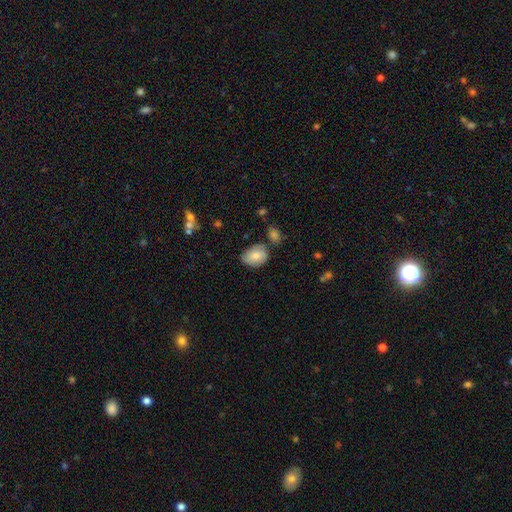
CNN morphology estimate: Smooth or featured: smooth — 78% (featured or disk — 15%)
How rounded: in between — 72% (round — 27%)
Merging: none — 62% (minor disturbance — 25%)